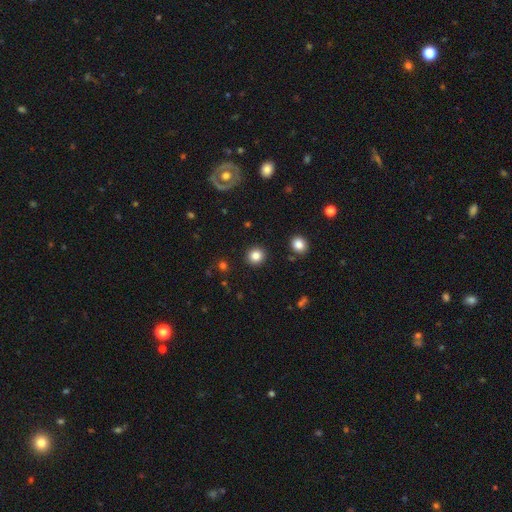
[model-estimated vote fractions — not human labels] Smooth or featured? Predicted: smooth (p=0.84). How rounded? Predicted: round (p=0.91). Merging? Predicted: none (p=0.92).